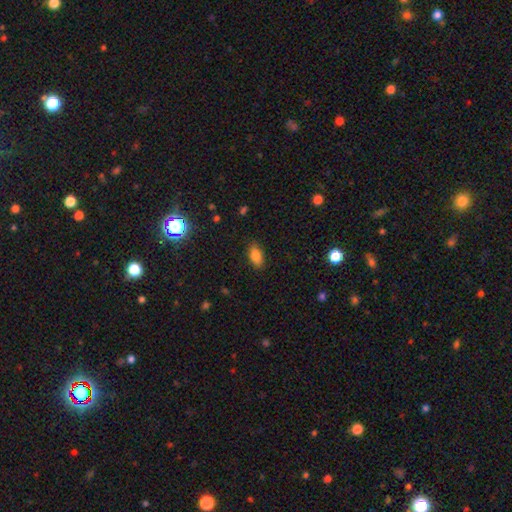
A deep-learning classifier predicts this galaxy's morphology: This is clearly a smooth galaxy (82%). How rounded: clearly in between (88%). Merging: clearly none (85%).